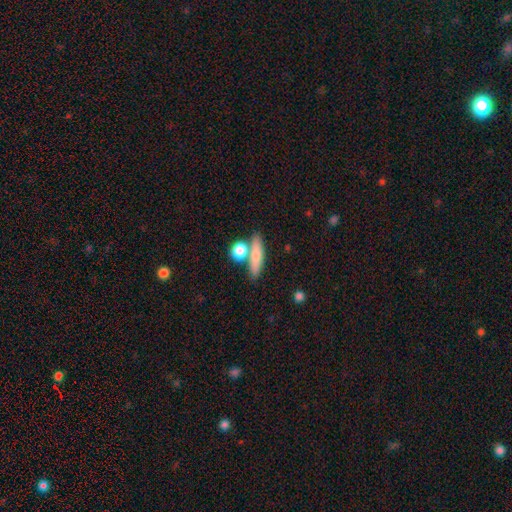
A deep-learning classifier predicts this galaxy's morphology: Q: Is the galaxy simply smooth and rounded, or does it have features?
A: smooth — 71%.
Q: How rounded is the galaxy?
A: cigar-shaped — 56%.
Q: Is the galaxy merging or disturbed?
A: none — 62%.